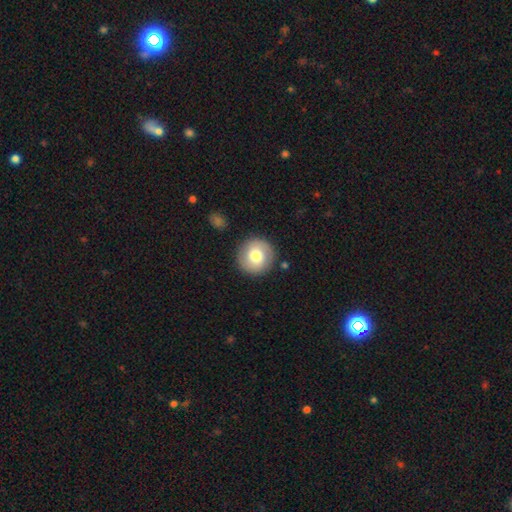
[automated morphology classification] The model was most divided on "smooth or featured": smooth: 72%, featured or disk: 20%, star or artifact: 8%. More confident: how rounded — round (94%); merging — none (87%).